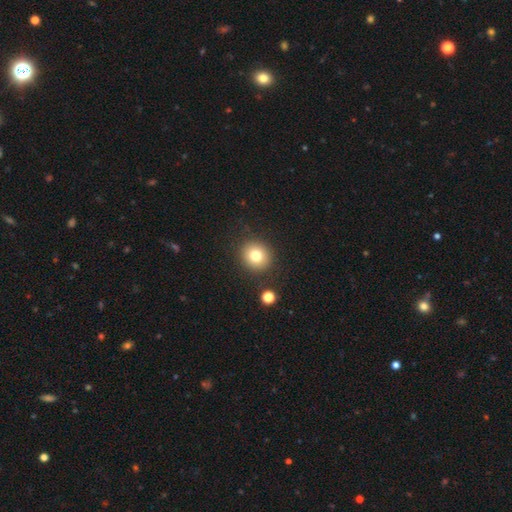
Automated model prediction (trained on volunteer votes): Overall: smooth (78%). How rounded: round (85%). Merging: none (87%).